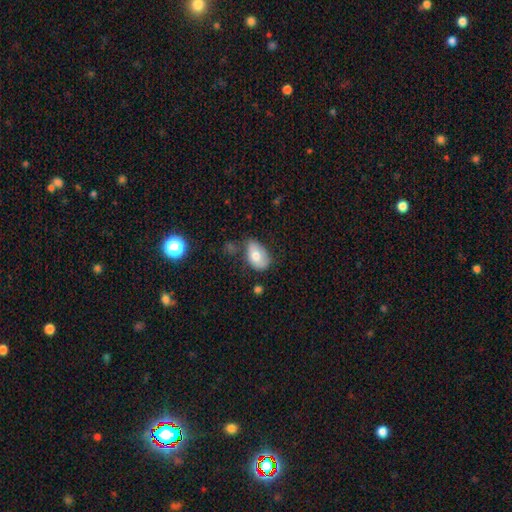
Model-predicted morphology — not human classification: smooth-or-featured: smooth: 71% | featured or disk: 21% | star or artifact: 7%
  how-rounded: in between: 89% | round: 10% | cigar-shaped: 1%
  merging: none: 52% | minor disturbance: 33% | major disturbance: 10% | merger: 5%